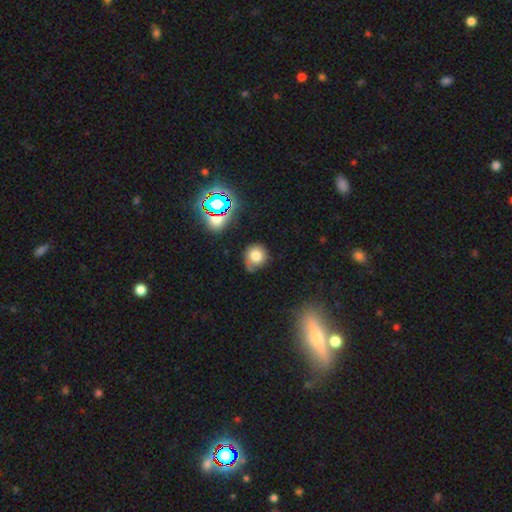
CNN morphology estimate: smooth_or_featured: smooth (p=0.72) [alt: star or artifact p=0.14]
how_rounded: round (p=0.83) [alt: in between p=0.16]
merging: none (p=0.59) [alt: minor disturbance p=0.28]